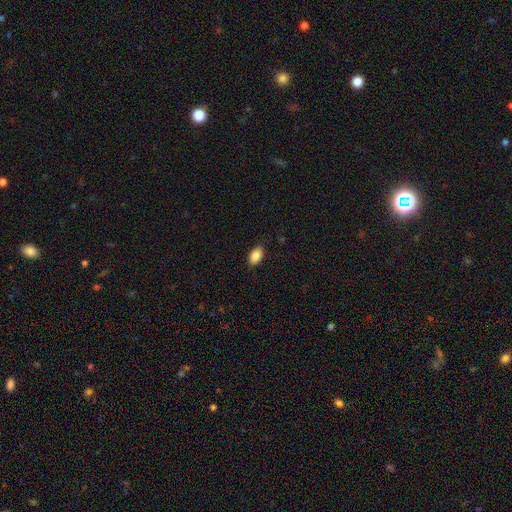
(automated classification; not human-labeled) smooth-or-featured: smooth: 88% | star or artifact: 8% | featured or disk: 5%
  how-rounded: in between: 91% | round: 7% | cigar-shaped: 2%
  merging: none: 85% | minor disturbance: 12% | major disturbance: 2% | merger: 1%